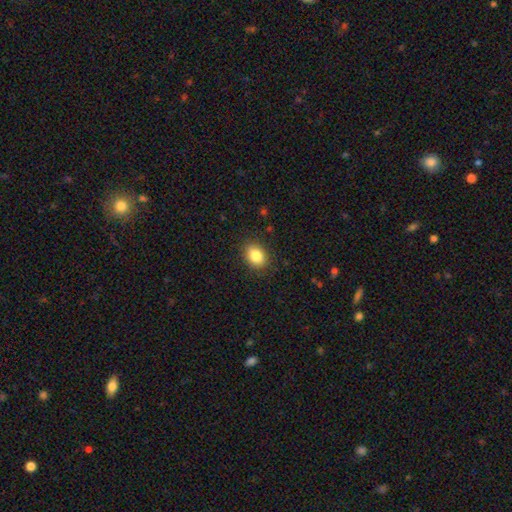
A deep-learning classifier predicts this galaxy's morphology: Smooth or featured? smooth (84%)
How rounded? in between (61%)
Merging? none (87%)